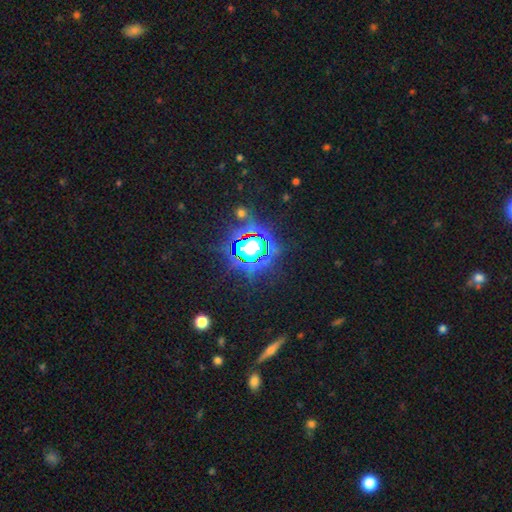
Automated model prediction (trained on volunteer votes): smooth-or-featured: star or artifact: 79% | smooth: 12% | featured or disk: 9%